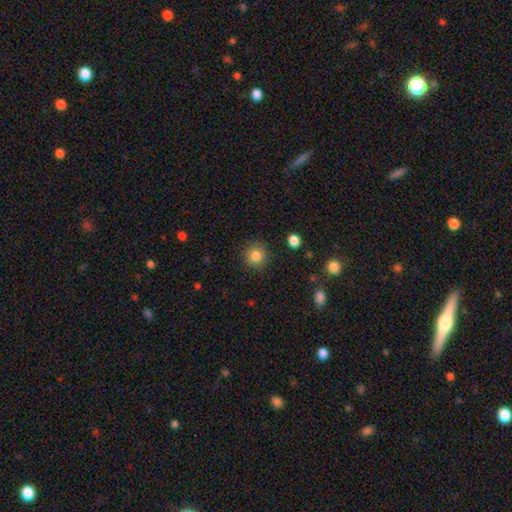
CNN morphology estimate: smooth 85%, star or artifact 10%, featured or disk 5%. Down the decision tree: how rounded — round (92%); merging — none (89%).